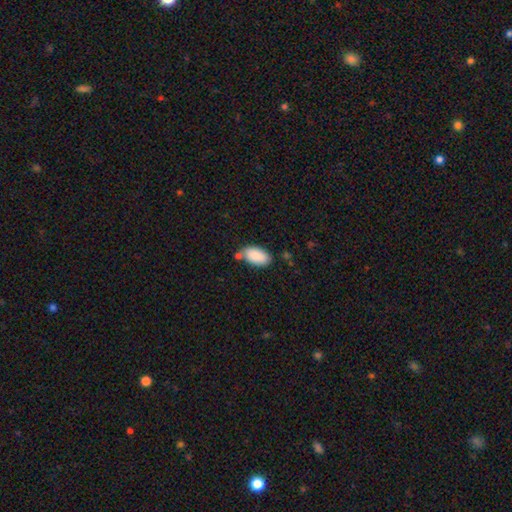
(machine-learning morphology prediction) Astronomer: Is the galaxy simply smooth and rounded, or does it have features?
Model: smooth — 87%.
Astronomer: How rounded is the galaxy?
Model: in between — 95%.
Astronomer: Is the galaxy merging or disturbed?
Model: none — 66%.